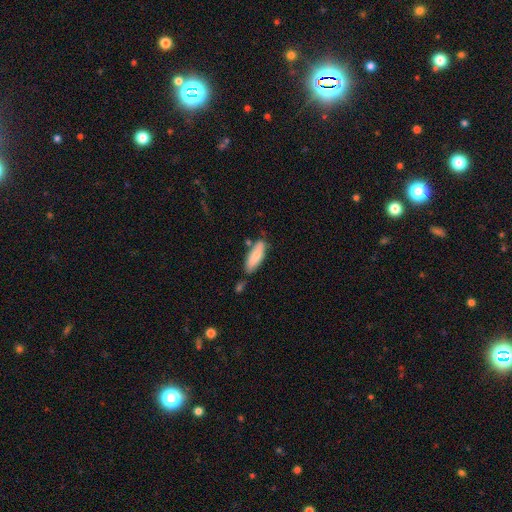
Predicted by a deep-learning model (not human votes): Smooth or featured? Predicted: smooth (p=0.79). How rounded? Predicted: in between (p=0.59). Merging? Predicted: none (p=0.66).